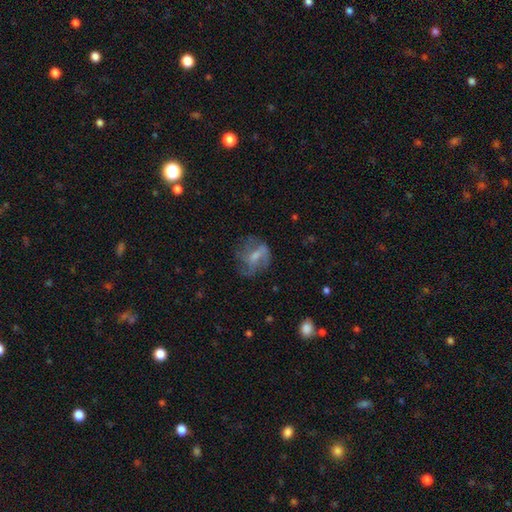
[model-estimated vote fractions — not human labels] Q: Smooth or featured?
A: featured or disk (56%); runner-up: smooth (34%)
Q: Edge-on disk?
A: no (96%); runner-up: yes (4%)
Q: Bar?
A: weak (45%); runner-up: no (38%)
Q: Spiral arms?
A: yes (62%); runner-up: no (38%)
Q: Bulge size?
A: small (39%); runner-up: moderate (38%)
Q: Merging?
A: none (51%); runner-up: major disturbance (24%)